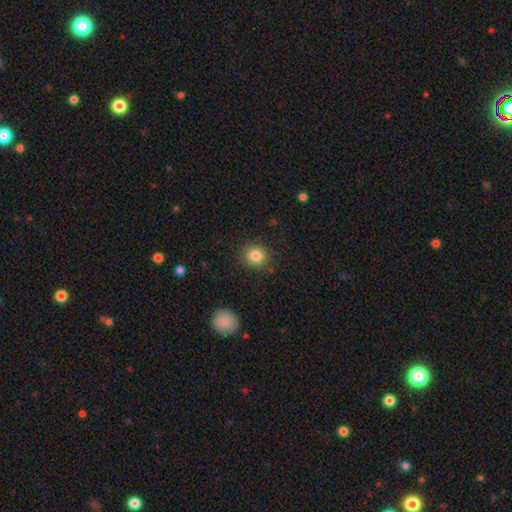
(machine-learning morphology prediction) Overall: smooth (84%). How rounded: round (87%). Merging: none (88%).